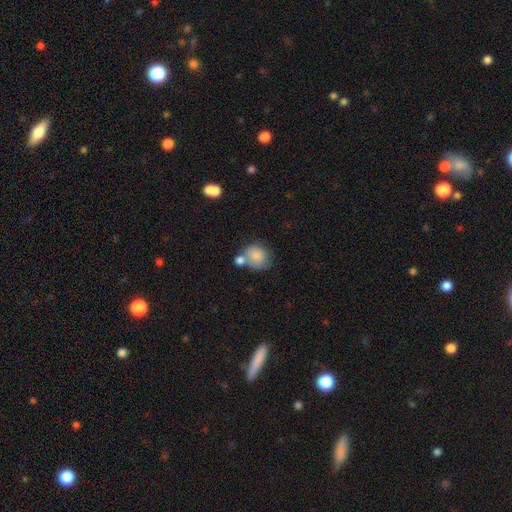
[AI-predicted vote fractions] Overall: smooth (83%). How rounded: round (75%). Merging: none (46%; merger 33%).